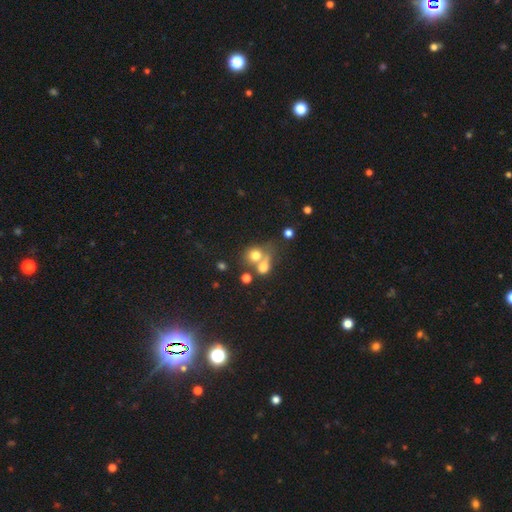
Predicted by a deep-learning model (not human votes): Smooth or featured: smooth — 72% (featured or disk — 14%)
How rounded: round — 71% (in between — 28%)
Merging: merger — 50% (none — 35%)